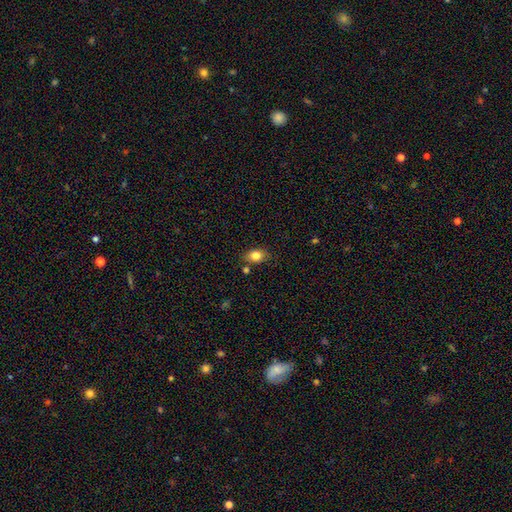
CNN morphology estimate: A smooth galaxy with no disk features (82%) that is in between round and cigar-shaped (72%).

Vote fractions:
- Smooth or featured? smooth: 82% / star or artifact: 10% / featured or disk: 8%
- How rounded? in between: 72% / round: 26% / cigar-shaped: 2%
- Merging? none: 76% / minor disturbance: 15% / merger: 6% / major disturbance: 3%